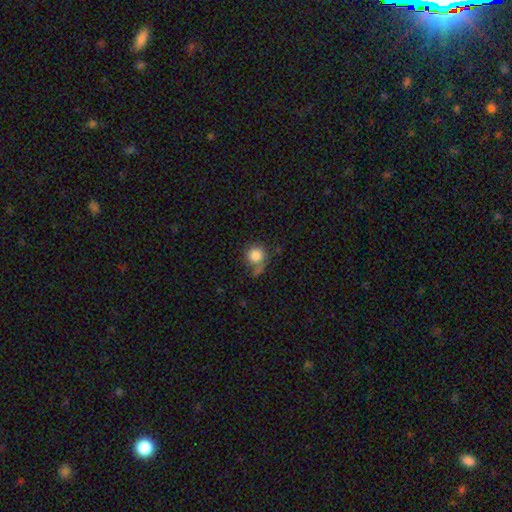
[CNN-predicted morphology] A smooth galaxy with no disk features (84%) that is round (90%). Merging: none (56%).